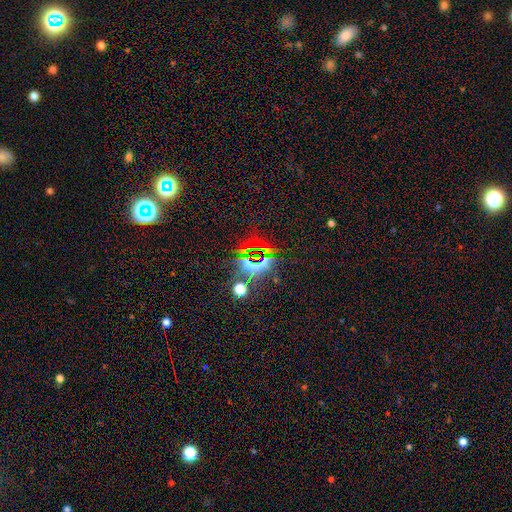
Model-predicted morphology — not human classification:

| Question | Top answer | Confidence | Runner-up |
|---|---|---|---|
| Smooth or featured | star or artifact | 78% | smooth (13%) |